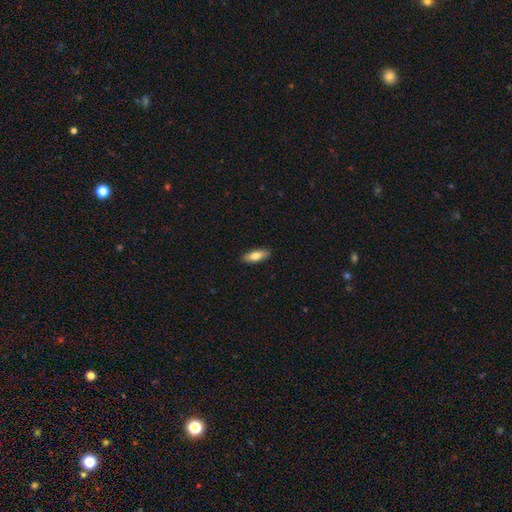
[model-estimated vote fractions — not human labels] A smooth galaxy with no disk features (75%) that is in between round and cigar-shaped (67%).

Vote fractions:
- Smooth or featured? smooth: 75% / featured or disk: 19% / star or artifact: 6%
- How rounded? in between: 67% / cigar-shaped: 31% / round: 2%
- Merging? none: 90% / minor disturbance: 7% / major disturbance: 2% / merger: 1%